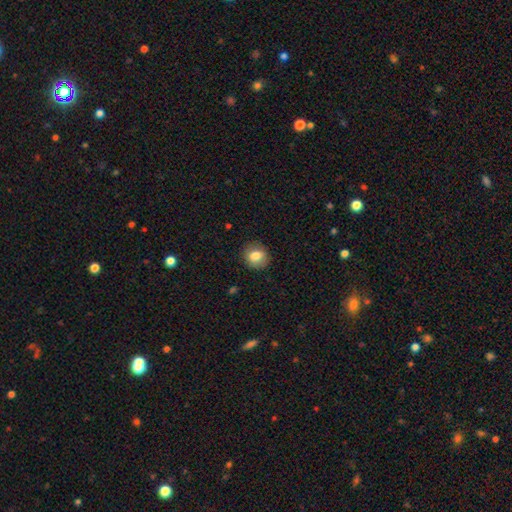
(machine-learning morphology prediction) smooth 80%, featured or disk 11%, star or artifact 9%. Down the decision tree: how rounded — round (76%); merging — none (87%).